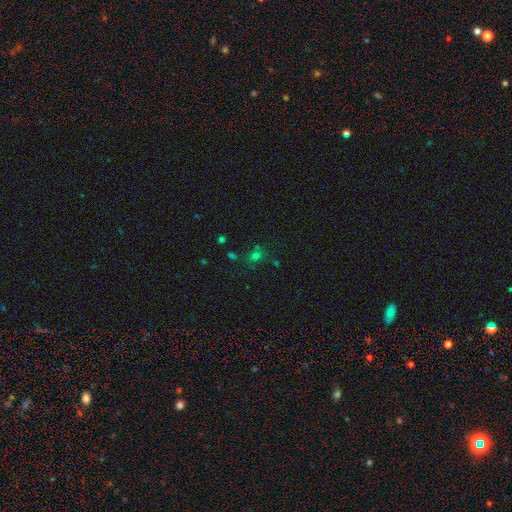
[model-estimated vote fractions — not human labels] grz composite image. It shows a smooth galaxy with no disk features (59%) that is round (73%). Merging: none (71%).